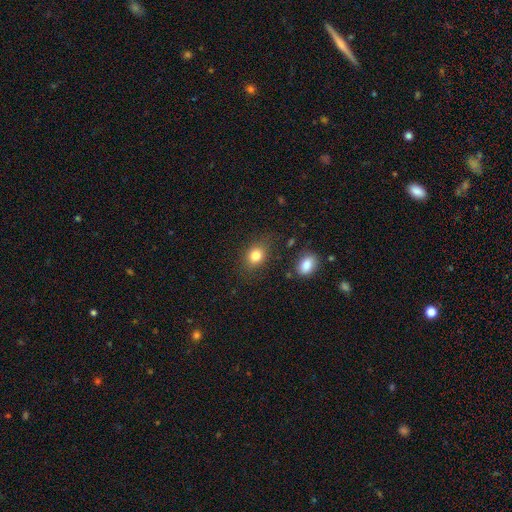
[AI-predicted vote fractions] A smooth galaxy with no disk features (82%) that is in between round and cigar-shaped (54%).

Vote fractions:
- Smooth or featured? smooth: 82% / star or artifact: 11% / featured or disk: 8%
- How rounded? in between: 54% / round: 44% / cigar-shaped: 1%
- Merging? none: 78% / minor disturbance: 14% / major disturbance: 5% / merger: 3%